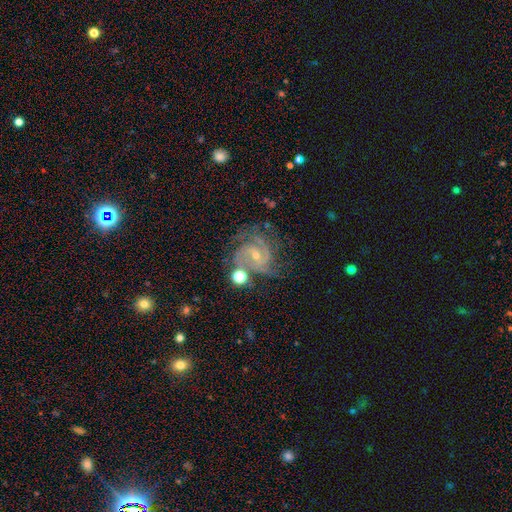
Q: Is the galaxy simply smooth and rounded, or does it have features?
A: featured or disk — 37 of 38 (97%).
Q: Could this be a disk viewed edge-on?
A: no — 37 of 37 (100%).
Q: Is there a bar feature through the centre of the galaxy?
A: weak — 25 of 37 (68%).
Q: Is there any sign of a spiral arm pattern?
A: yes — 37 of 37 (100%).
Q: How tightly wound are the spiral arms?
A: tight — 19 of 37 (51%).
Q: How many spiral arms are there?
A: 3 — 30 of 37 (81%).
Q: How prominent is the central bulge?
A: small — 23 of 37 (62%).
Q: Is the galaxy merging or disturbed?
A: none — 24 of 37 (65%).